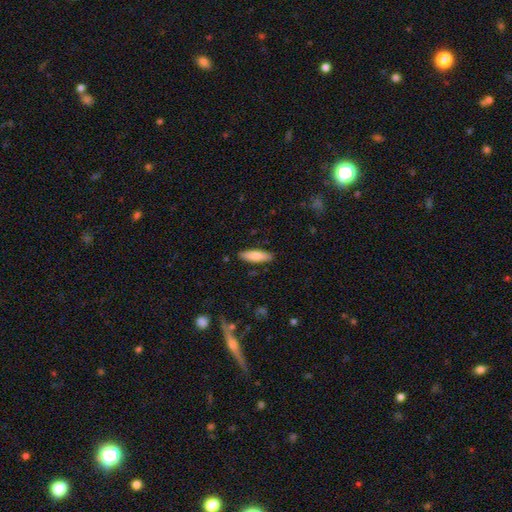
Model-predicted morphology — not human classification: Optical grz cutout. It shows a smooth galaxy with no disk features (82%) that is in between round and cigar-shaped (51%). Merging: none (87%).